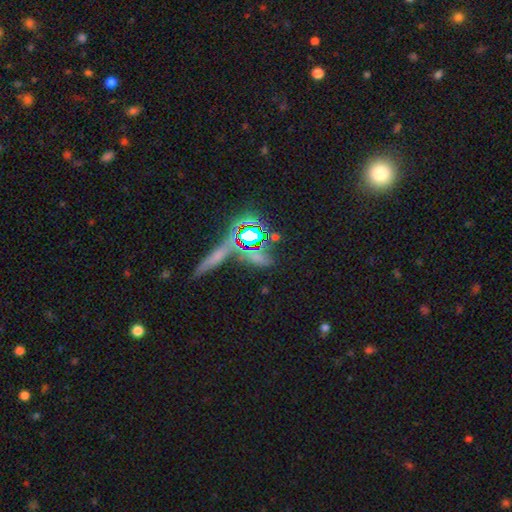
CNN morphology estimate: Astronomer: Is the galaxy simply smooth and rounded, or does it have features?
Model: star or artifact — 48% (runner-up: smooth, 37%).